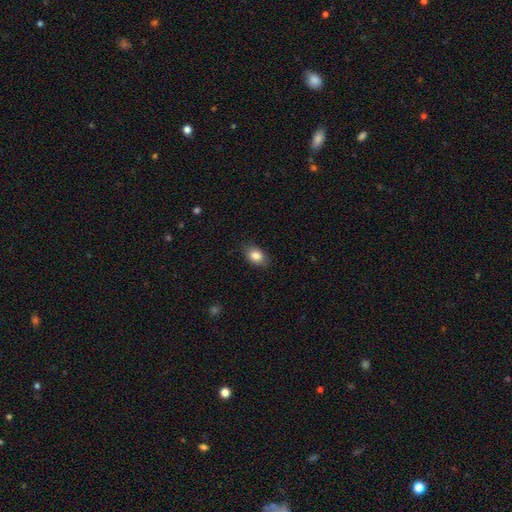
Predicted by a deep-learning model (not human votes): Morphology: type=smooth (83%); roundness=in between (83%); merging=none (83%).